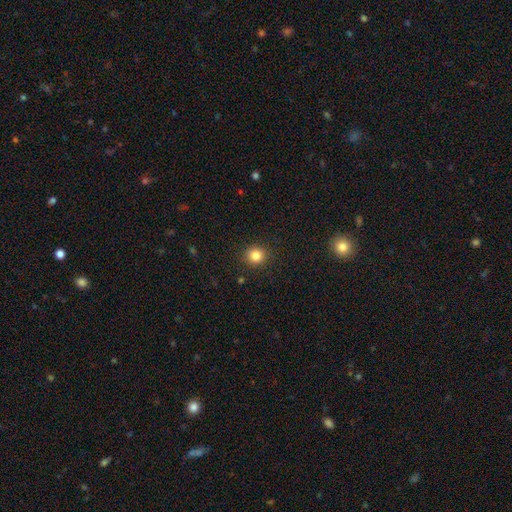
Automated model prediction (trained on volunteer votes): Q: Smooth or featured?
A: smooth (83%); runner-up: star or artifact (12%)
Q: How rounded?
A: round (89%); runner-up: in between (10%)
Q: Merging?
A: none (91%); runner-up: minor disturbance (6%)